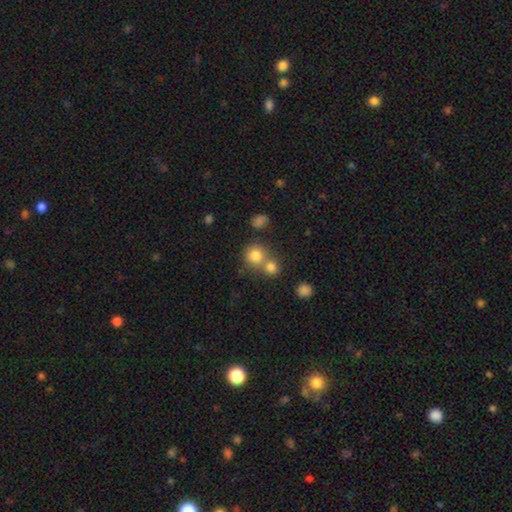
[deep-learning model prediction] smooth-or-featured: smooth: 80% | star or artifact: 12% | featured or disk: 8%
  how-rounded: round: 88% | in between: 11% | cigar-shaped: 1%
  merging: none: 50% | merger: 40% | minor disturbance: 7% | major disturbance: 3%